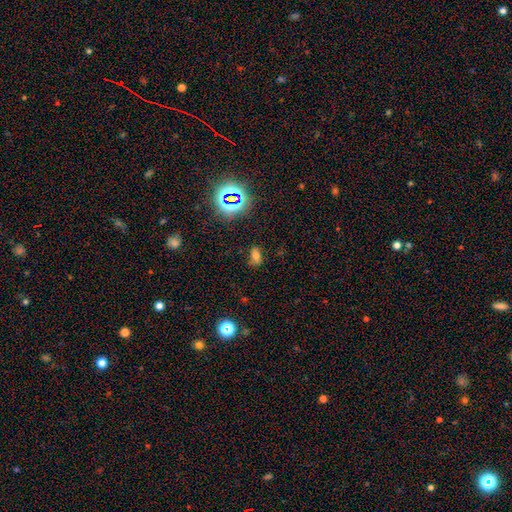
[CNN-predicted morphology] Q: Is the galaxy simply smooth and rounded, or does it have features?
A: smooth — 59%.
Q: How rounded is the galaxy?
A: in between — 84%.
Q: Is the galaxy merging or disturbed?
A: none — 74%.